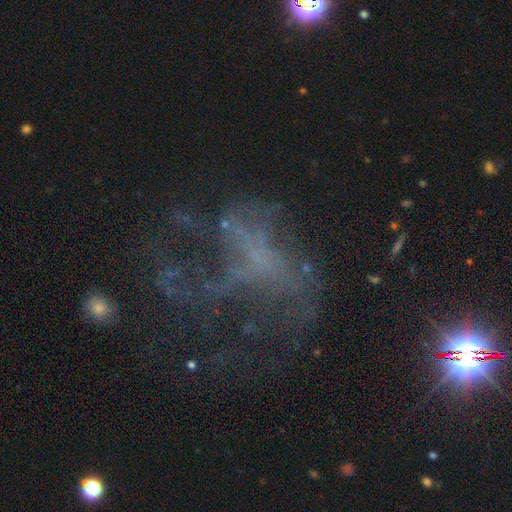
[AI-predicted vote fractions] This is possibly a featured or disk galaxy (53%). It is clearly not viewed edge-on (96%). Bar: likely no (79%). Spiral arm pattern: likely no (72%). Central bulge: likely none (73%). Merging: possibly major disturbance (47%).